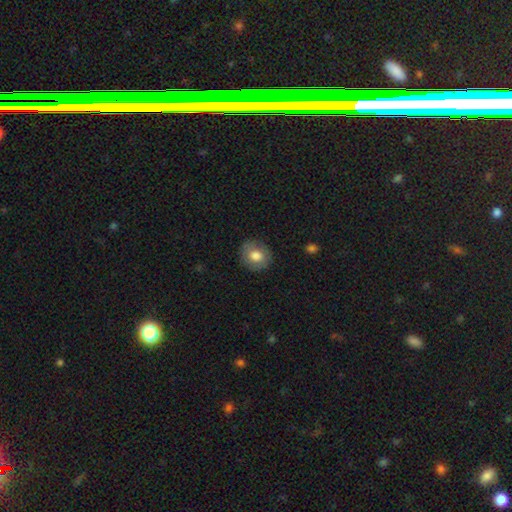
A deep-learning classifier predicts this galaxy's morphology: smooth 73%, featured or disk 19%, star or artifact 8%. Down the decision tree: how rounded — round (78%); merging — none (85%).